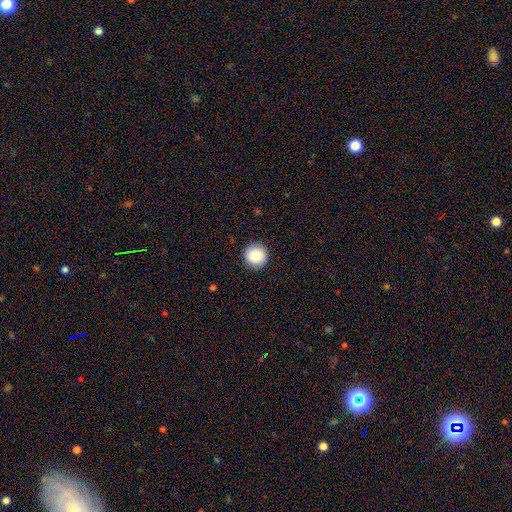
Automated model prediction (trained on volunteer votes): A smooth galaxy with no disk features (88%) that is round (96%).

Vote fractions:
- Smooth or featured? smooth: 88% / star or artifact: 8% / featured or disk: 4%
- How rounded? round: 96% / in between: 3% / cigar-shaped: 1%
- Merging? none: 92% / minor disturbance: 5% / major disturbance: 2% / merger: 1%